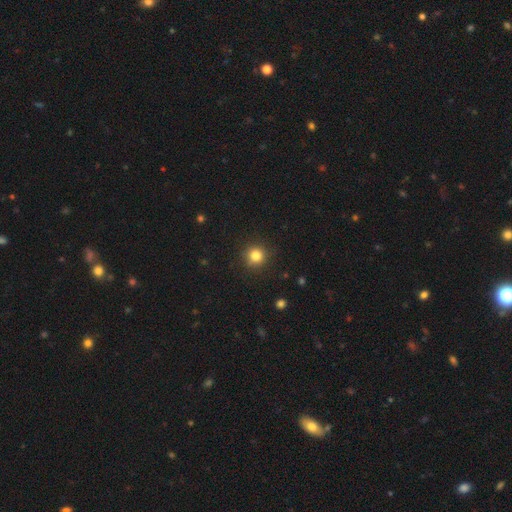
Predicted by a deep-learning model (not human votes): A smooth galaxy with no disk features (82%) that is round (94%). Merging: none (90%).